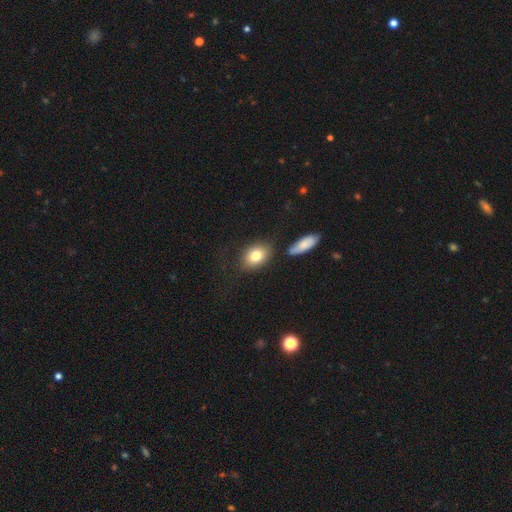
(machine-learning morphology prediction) smooth-or-featured: smooth: 79% | featured or disk: 12% | star or artifact: 9%
  how-rounded: in between: 71% | round: 27% | cigar-shaped: 2%
  merging: none: 75% | minor disturbance: 12% | merger: 9% | major disturbance: 4%